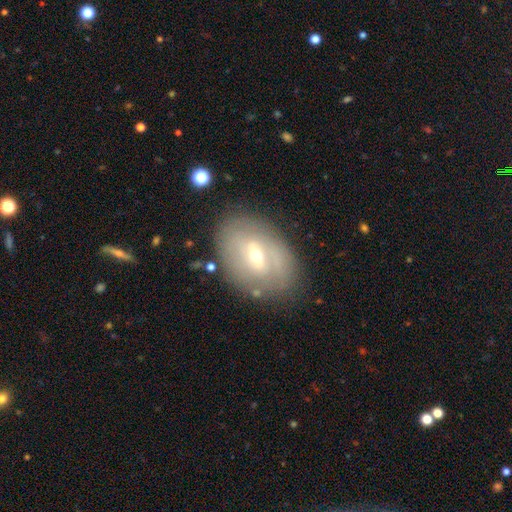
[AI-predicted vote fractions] This appears to be a featured or disk galaxy (60%) with a weak bar (48%), no spiral arms (60%) and a moderate central bulge (50%). Merging: none (79%).